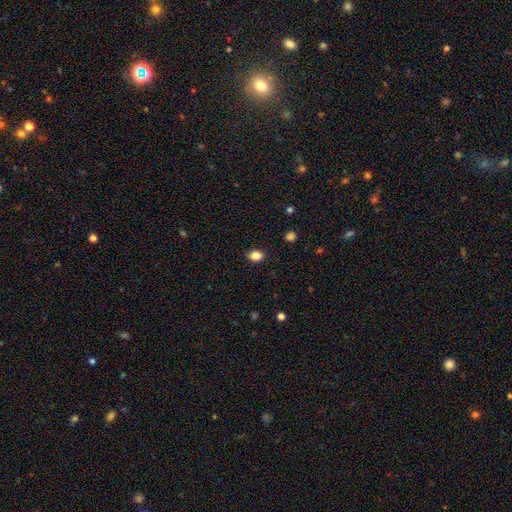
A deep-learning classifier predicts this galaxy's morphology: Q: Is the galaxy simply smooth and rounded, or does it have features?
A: smooth — 85%.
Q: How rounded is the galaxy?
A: in between — 64%.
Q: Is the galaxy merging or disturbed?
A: none — 87%.